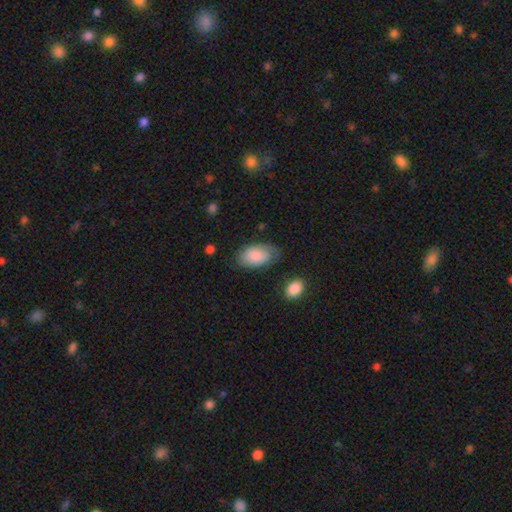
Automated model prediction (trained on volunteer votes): smooth_or_featured: smooth (p=0.83) [alt: featured or disk p=0.11]
how_rounded: in between (p=0.94) [alt: round p=0.04]
merging: none (p=0.70) [alt: minor disturbance p=0.22]